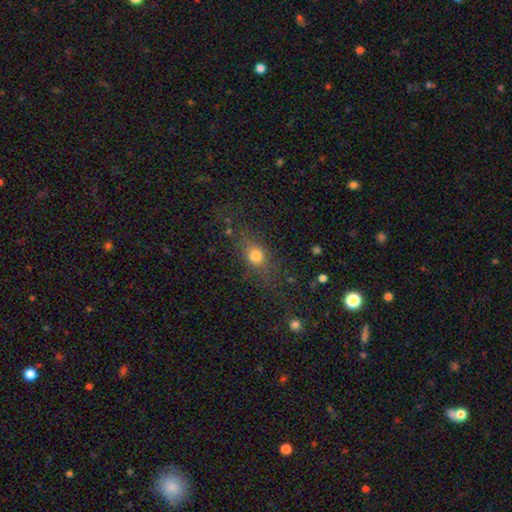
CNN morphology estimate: A smooth galaxy with no disk features (68%) that is round (50%).

Vote fractions:
- Smooth or featured? smooth: 68% / star or artifact: 18% / featured or disk: 13%
- How rounded? round: 50% / in between: 41% / cigar-shaped: 9%
- Merging? none: 70% / minor disturbance: 15% / major disturbance: 11% / merger: 4%